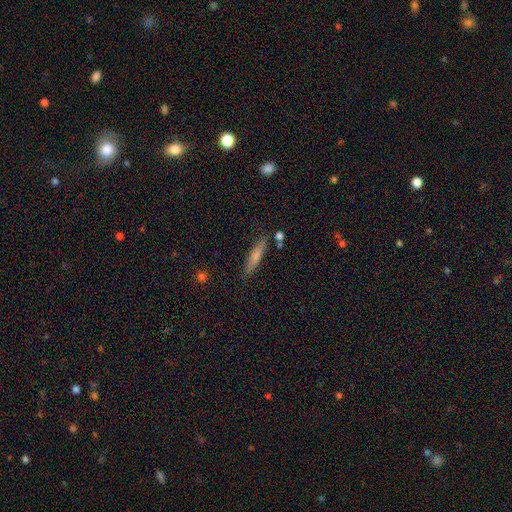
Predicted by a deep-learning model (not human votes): Q: Smooth or featured?
A: smooth (66%); runner-up: featured or disk (27%)
Q: How rounded?
A: cigar-shaped (86%); runner-up: in between (12%)
Q: Merging?
A: none (82%); runner-up: minor disturbance (12%)